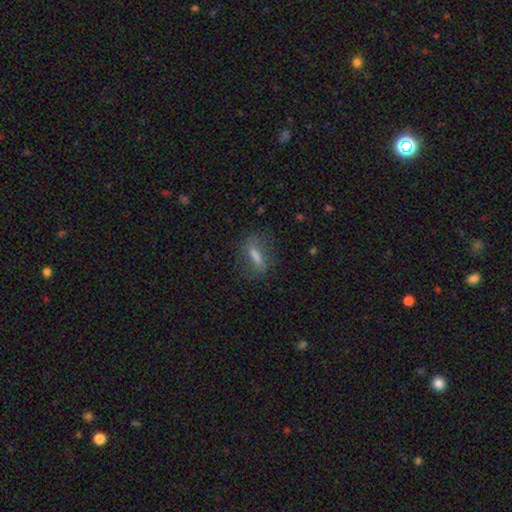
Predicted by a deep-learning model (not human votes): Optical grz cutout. It shows a smooth galaxy with no disk features (53%) that is cigar-shaped (52%). Merging: none (74%).